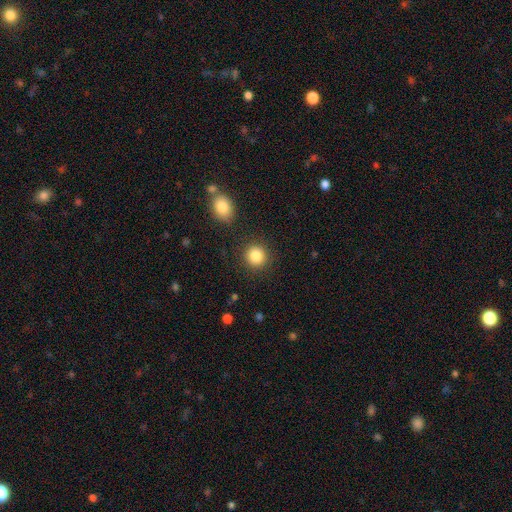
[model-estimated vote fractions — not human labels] Smooth or featured: smooth — 86% (star or artifact — 9%)
How rounded: round — 89% (in between — 11%)
Merging: none — 88% (minor disturbance — 7%)